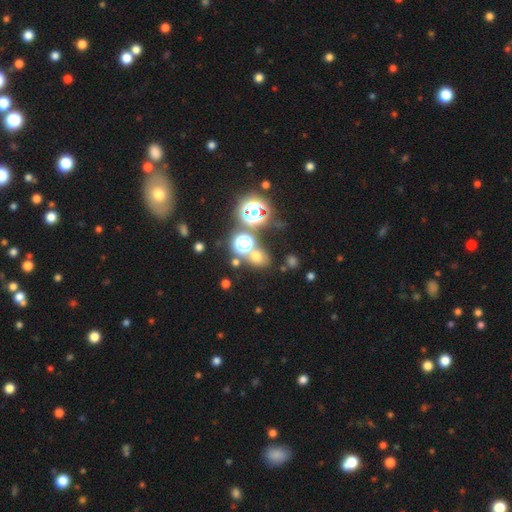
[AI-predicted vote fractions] Smooth or featured: smooth — 54% (star or artifact — 37%)
How rounded: round — 67% (in between — 32%)
Merging: none — 67% (merger — 19%)